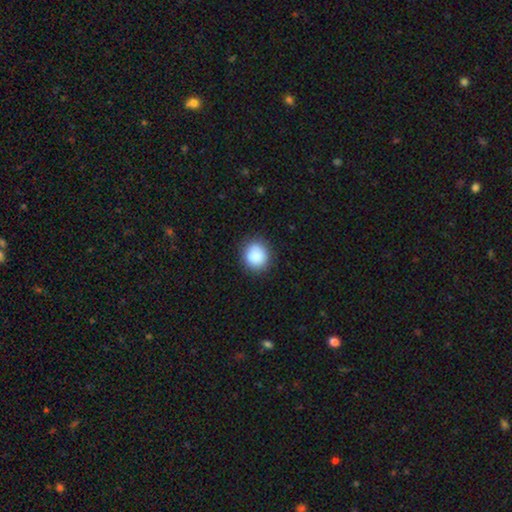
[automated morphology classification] type=smooth (87%); roundness=round (82%); merging=none (84%).